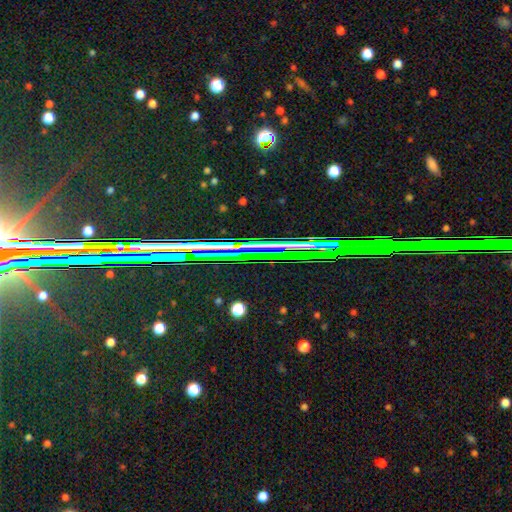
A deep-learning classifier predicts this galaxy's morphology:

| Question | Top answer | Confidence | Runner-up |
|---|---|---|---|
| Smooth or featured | star or artifact | 78% | featured or disk (14%) |